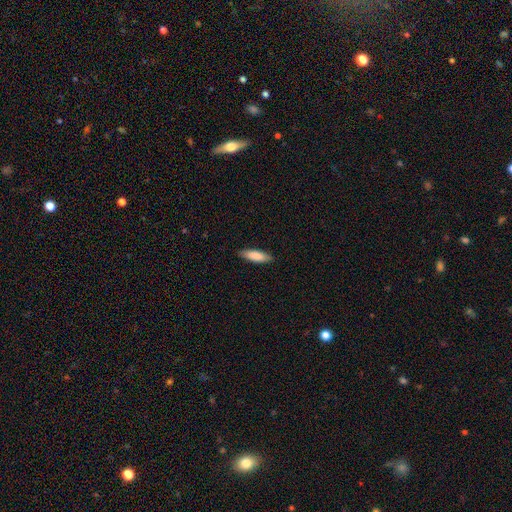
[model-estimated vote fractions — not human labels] Smooth or featured?
  - smooth: 86% *
  - featured or disk: 9%
  - star or artifact: 5%
How rounded?
  - cigar-shaped: 55% *
  - in between: 44%
  - round: 1%
Merging?
  - none: 87% *
  - minor disturbance: 10%
  - major disturbance: 2%
  - merger: 1%